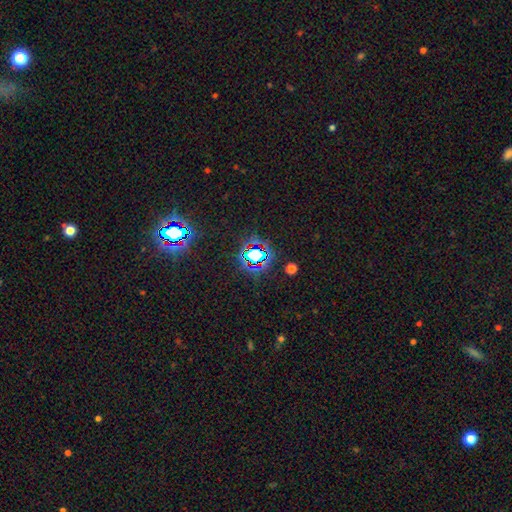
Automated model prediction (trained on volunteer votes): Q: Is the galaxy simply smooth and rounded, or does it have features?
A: star or artifact — 72%.